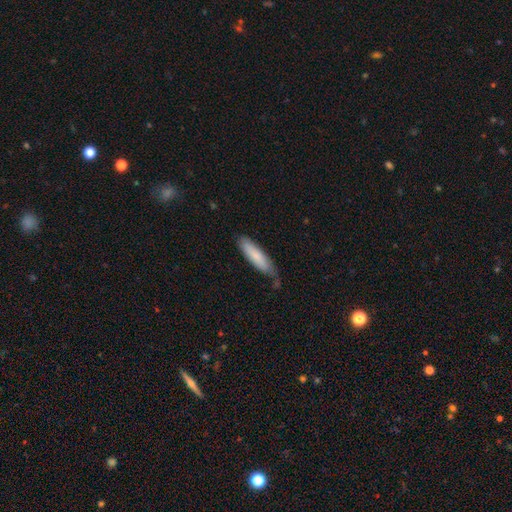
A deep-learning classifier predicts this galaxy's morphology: A smooth galaxy with no disk features (79%) that is cigar-shaped (73%). Merging: none (64%).